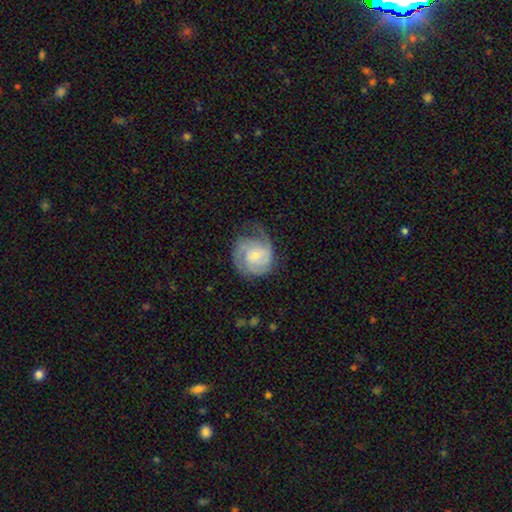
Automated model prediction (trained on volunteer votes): smooth-or-featured: featured or disk: 73% | smooth: 21% | star or artifact: 6%
  disk-edge-on: no: 98% | yes: 2%
    bar: no: 64% | weak: 31% | strong: 5%
    has-spiral-arms: yes: 92% | no: 8%
      spiral-winding: tight: 51% | medium: 35% | loose: 13%
      spiral-arm-count: 2: 44% | can't tell: 23% | 3: 15% | 1: 11% | 4: 4% | more than 4: 3%
    bulge-size: small: 59% | moderate: 33% | none: 4% | large: 3% | dominant: 1%
  merging: none: 54% | minor disturbance: 26% | major disturbance: 19% | merger: 2%